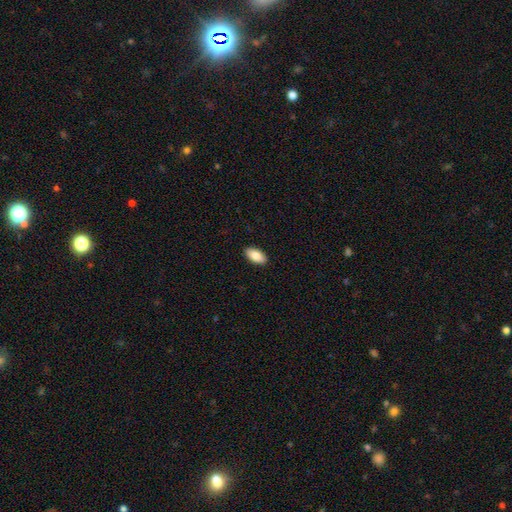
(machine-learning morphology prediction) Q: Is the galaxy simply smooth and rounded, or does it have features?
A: smooth — 85%.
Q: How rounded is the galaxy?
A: in between — 94%.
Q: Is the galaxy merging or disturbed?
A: none — 91%.